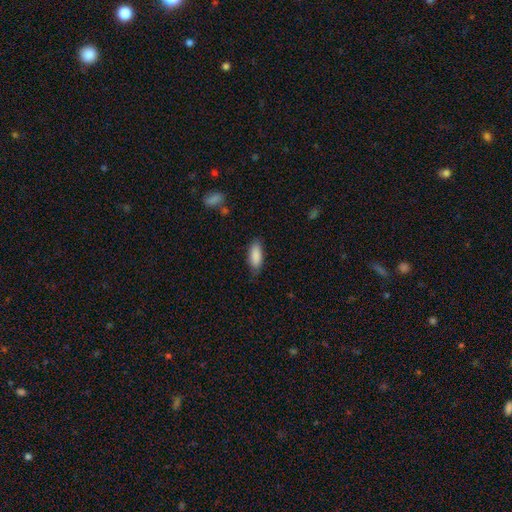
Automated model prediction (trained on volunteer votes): smooth 88%, featured or disk 6%, star or artifact 6%. Down the decision tree: how rounded — in between (80%); merging — none (76%).